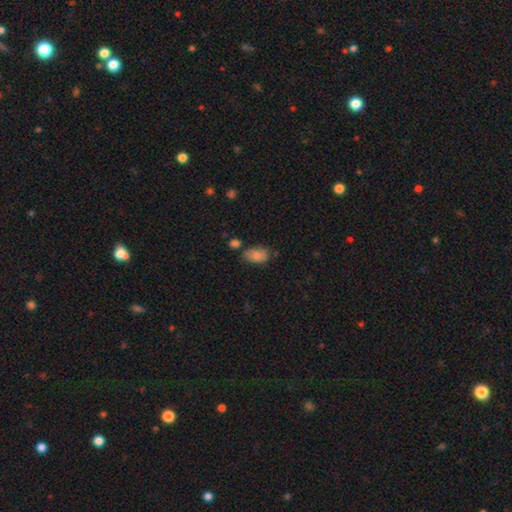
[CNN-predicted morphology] smooth 77%, featured or disk 14%, star or artifact 9%. Down the decision tree: how rounded — in between (90%); merging — none (59%).